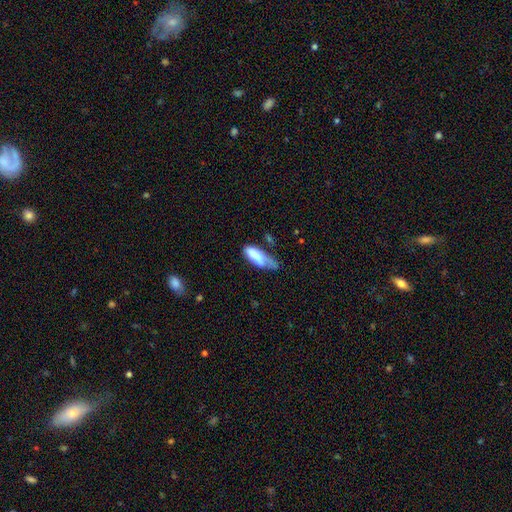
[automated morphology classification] This is likely a smooth galaxy (77%). How rounded: likely in between (65%). Merging: marginally minor disturbance (40%).